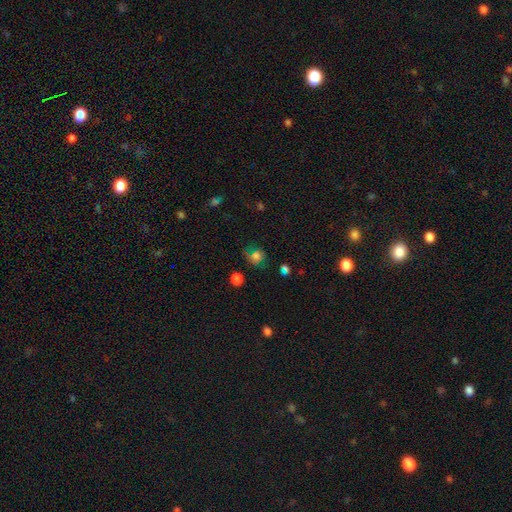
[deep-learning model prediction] smooth-or-featured: smooth: 64% | featured or disk: 18% | star or artifact: 18%
  how-rounded: round: 74% | in between: 25% | cigar-shaped: 1%
  merging: none: 57% | minor disturbance: 23% | major disturbance: 16% | merger: 4%